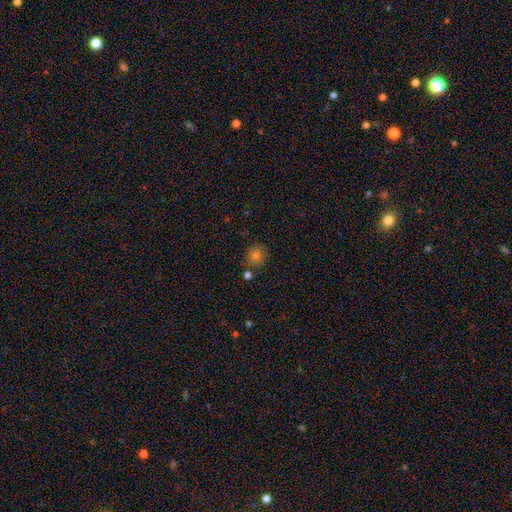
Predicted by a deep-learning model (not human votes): Morphology: type=smooth (77%); roundness=round (84%); merging=none (80%).